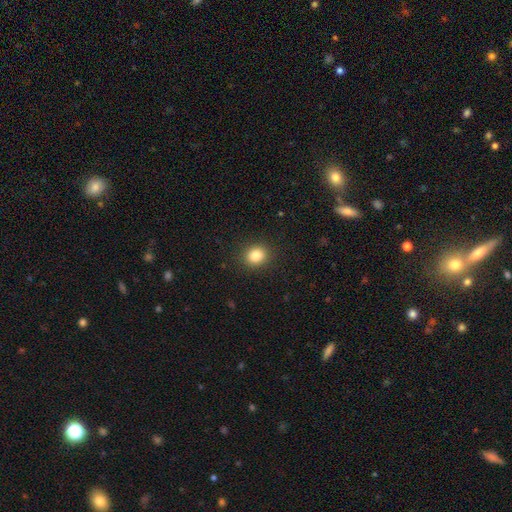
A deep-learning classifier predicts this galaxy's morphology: smooth_or_featured: smooth (p=0.84) [alt: star or artifact p=0.11]
how_rounded: round (p=0.76) [alt: in between p=0.23]
merging: none (p=0.91) [alt: minor disturbance p=0.06]